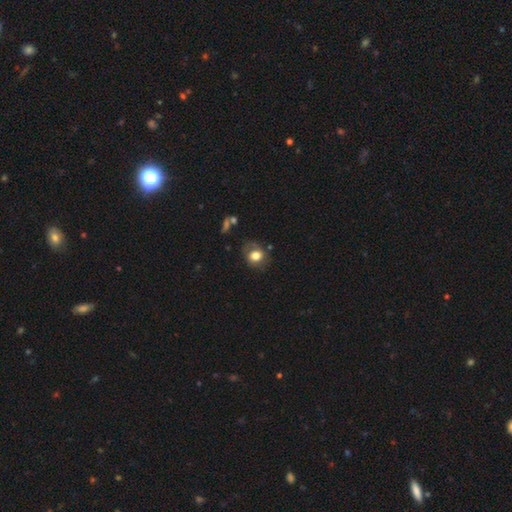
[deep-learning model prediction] Smooth or featured?
  - smooth: 73% *
  - featured or disk: 18%
  - star or artifact: 9%
How rounded?
  - round: 60% *
  - in between: 39%
  - cigar-shaped: 1%
Merging?
  - none: 64% *
  - minor disturbance: 23%
  - major disturbance: 10%
  - merger: 3%